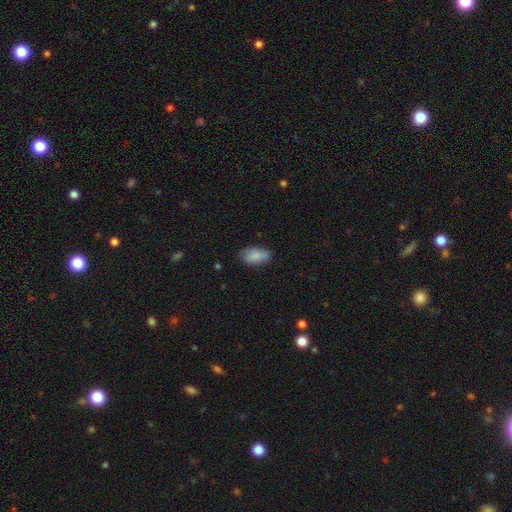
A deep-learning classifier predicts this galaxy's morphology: Overall: smooth (85%). How rounded: in between (92%). Merging: none (77%).